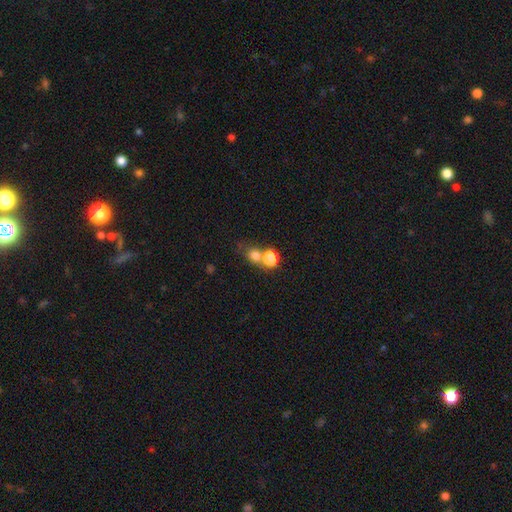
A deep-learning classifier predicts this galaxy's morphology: smooth_or_featured: smooth (p=0.73) [alt: star or artifact p=0.17]
how_rounded: round (p=0.76) [alt: in between p=0.22]
merging: none (p=0.46) [alt: merger p=0.41]